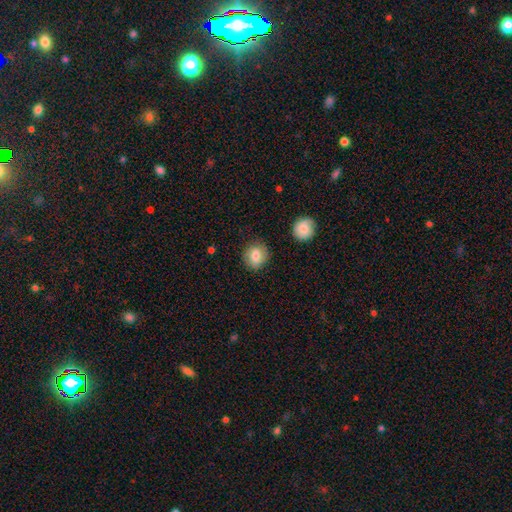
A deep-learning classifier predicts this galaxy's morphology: This is likely a smooth galaxy (78%). How rounded: likely round (79%). Merging: clearly none (84%).